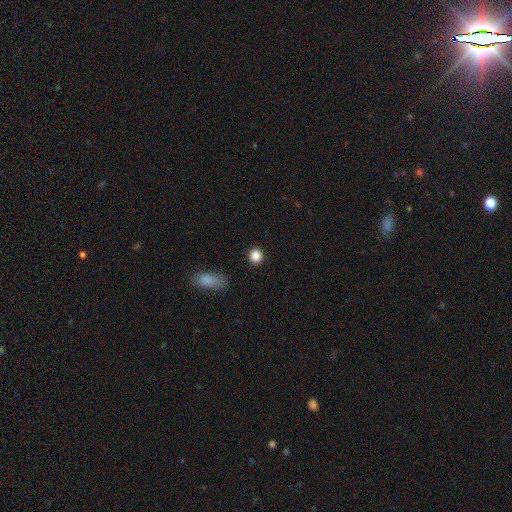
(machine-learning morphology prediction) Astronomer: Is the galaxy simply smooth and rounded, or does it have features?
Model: smooth — 86%.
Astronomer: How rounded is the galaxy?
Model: round — 84%.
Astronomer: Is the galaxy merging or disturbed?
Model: none — 90%.